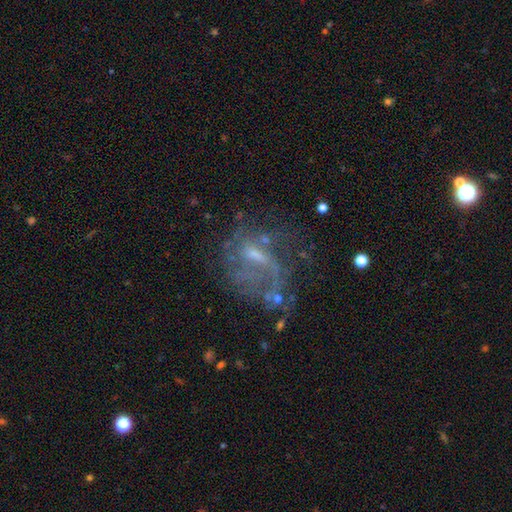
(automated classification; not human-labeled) Overall: featured or disk (73%). Edge-on disk: no (96%). Bar: weak (53%; no 30%). Spiral arms: yes (71%). Bulge size: small (45%; moderate 31%). Merging: none (45%; major disturbance 30%).